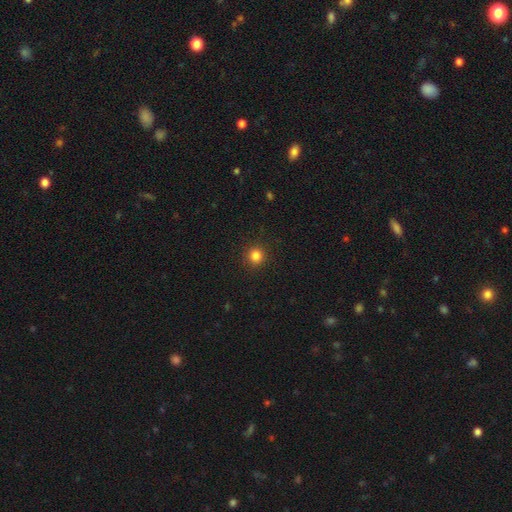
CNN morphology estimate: Smooth or featured? smooth (84%)
How rounded? round (93%)
Merging? none (92%)